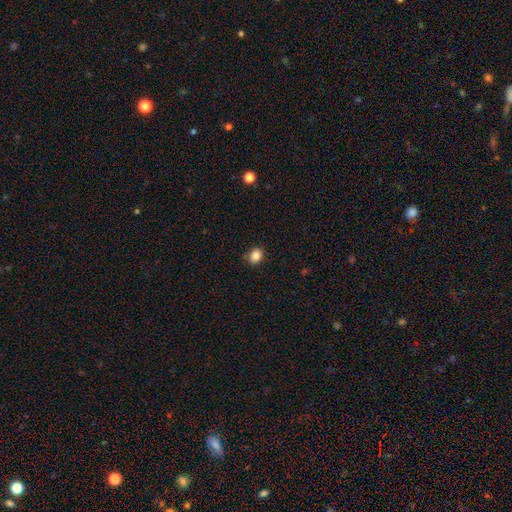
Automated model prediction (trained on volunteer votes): Morphology: type=smooth (85%); roundness=round (60%); merging=none (80%).